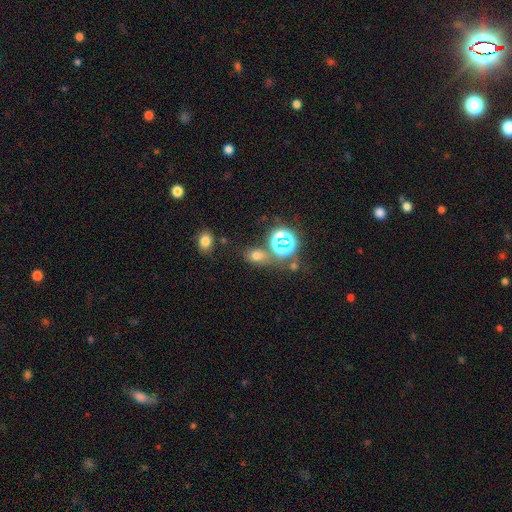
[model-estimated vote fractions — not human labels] A smooth galaxy with no disk features (60%) that is in between round and cigar-shaped (62%). Merging: none (69%).